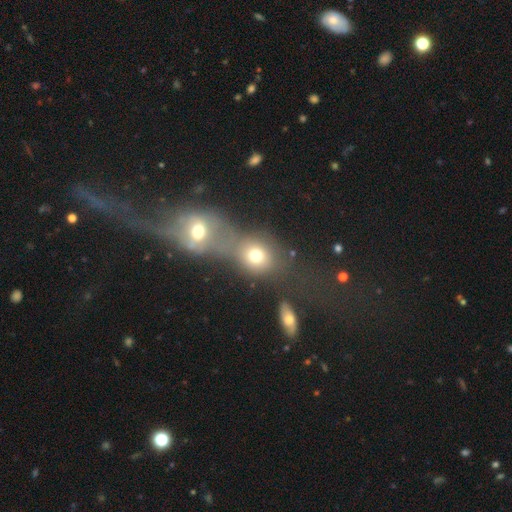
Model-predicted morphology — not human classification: type=smooth (70%); roundness=round (66%); merging=merger (62%).